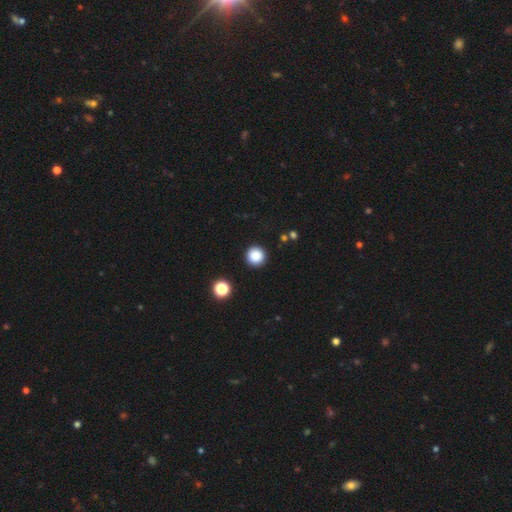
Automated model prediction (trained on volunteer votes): Overall: smooth (86%). How rounded: round (96%). Merging: none (91%).